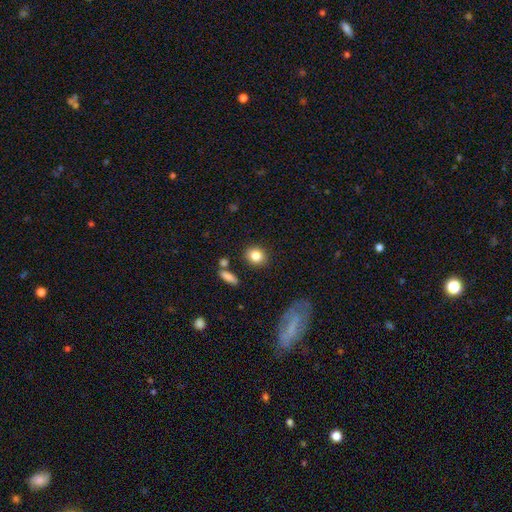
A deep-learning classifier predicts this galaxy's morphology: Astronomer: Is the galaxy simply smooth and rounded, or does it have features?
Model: smooth — 84%.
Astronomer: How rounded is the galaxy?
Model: round — 67%.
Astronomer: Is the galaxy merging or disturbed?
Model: none — 84%.